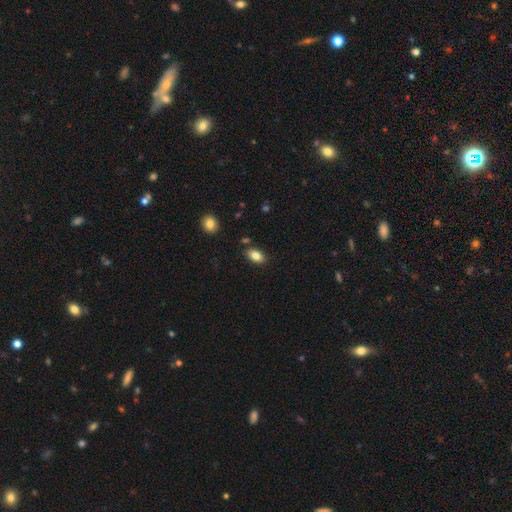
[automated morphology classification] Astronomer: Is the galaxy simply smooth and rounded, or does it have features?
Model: smooth — 84%.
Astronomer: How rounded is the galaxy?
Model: in between — 90%.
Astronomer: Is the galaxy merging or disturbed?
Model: none — 84%.